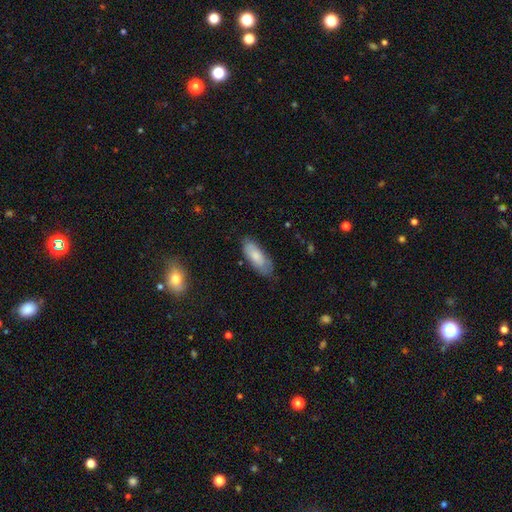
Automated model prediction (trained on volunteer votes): The model was most divided on "merging": none: 69%, minor disturbance: 24%, major disturbance: 5%, merger: 2%. More confident: smooth or featured — smooth (75%); how rounded — in between (75%).